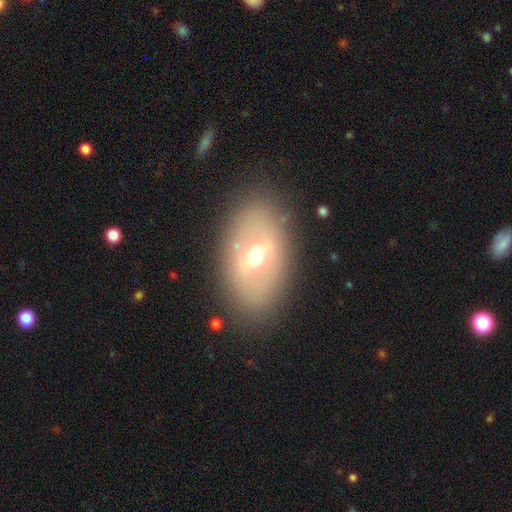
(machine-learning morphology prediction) featured or disk 45% (tied), smooth 45% (tied), star or artifact 10%. Down the decision tree: merging — none (81%).